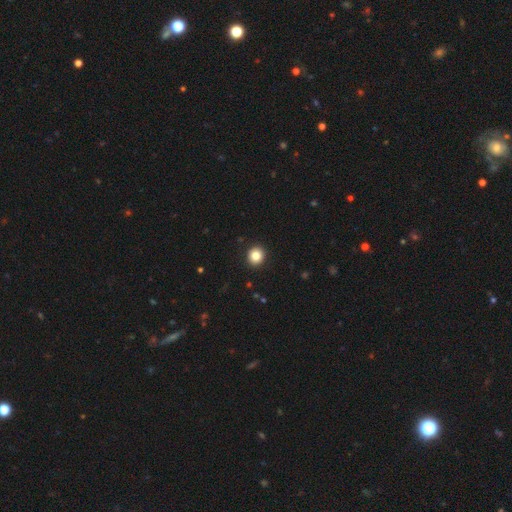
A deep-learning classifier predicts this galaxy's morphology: This appears to be a smooth galaxy with no disk features (84%) that is round (86%). Merging: none (93%).